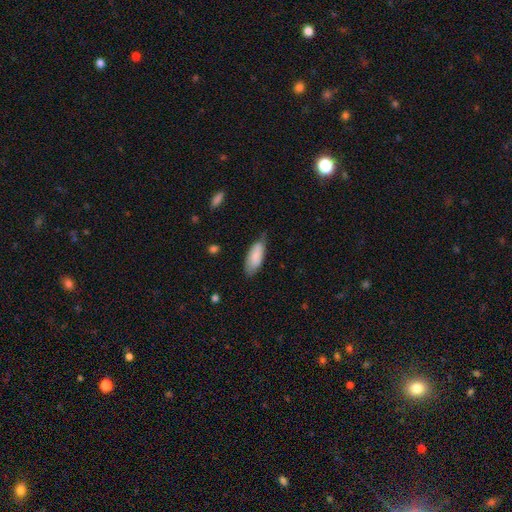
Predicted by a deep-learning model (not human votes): smooth-or-featured: smooth: 81% | featured or disk: 13% | star or artifact: 6%
  how-rounded: in between: 80% | cigar-shaped: 19% | round: 2%
  merging: none: 54% | minor disturbance: 36% | major disturbance: 8% | merger: 2%